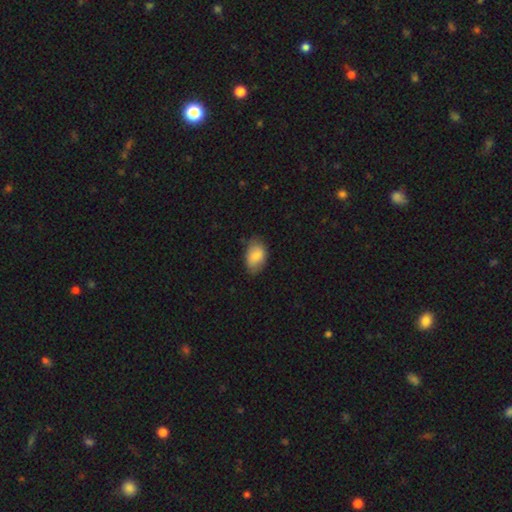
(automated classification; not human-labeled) Smooth or featured?
  - smooth: 84% *
  - featured or disk: 10%
  - star or artifact: 7%
How rounded?
  - in between: 89% *
  - round: 10%
  - cigar-shaped: 1%
Merging?
  - none: 74% *
  - minor disturbance: 21%
  - major disturbance: 4%
  - merger: 1%